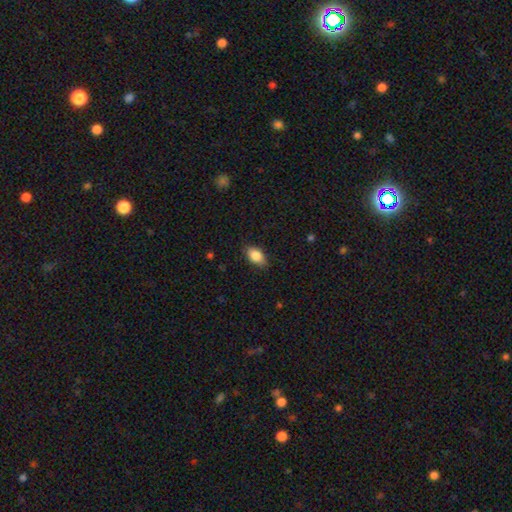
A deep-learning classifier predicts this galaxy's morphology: smooth-or-featured: smooth: 84% | featured or disk: 9% | star or artifact: 7%
  how-rounded: in between: 88% | round: 8% | cigar-shaped: 3%
  merging: none: 83% | minor disturbance: 14% | major disturbance: 3% | merger: 1%